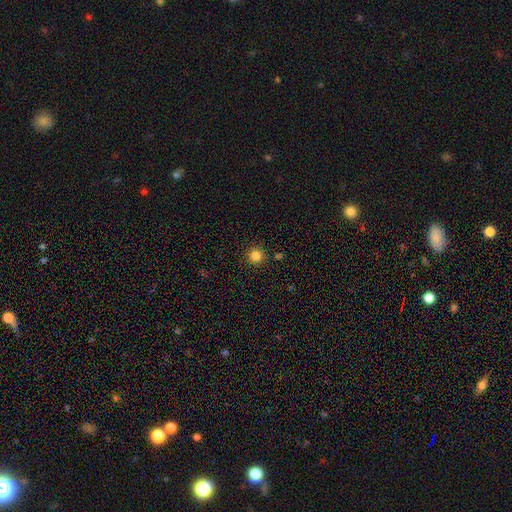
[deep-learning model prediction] Smooth or featured? Predicted: smooth (p=0.83). How rounded? Predicted: round (p=0.96). Merging? Predicted: none (p=0.91).